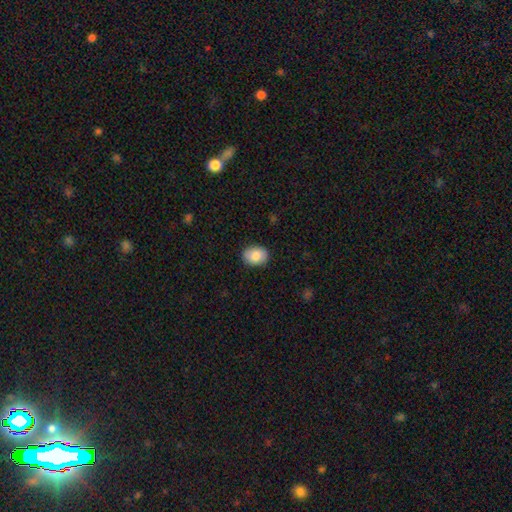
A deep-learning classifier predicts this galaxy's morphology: Smooth or featured?
  - smooth: 85% *
  - featured or disk: 8%
  - star or artifact: 7%
How rounded?
  - in between: 66% *
  - round: 33%
  - cigar-shaped: 1%
Merging?
  - none: 88% *
  - minor disturbance: 9%
  - major disturbance: 2%
  - merger: 1%